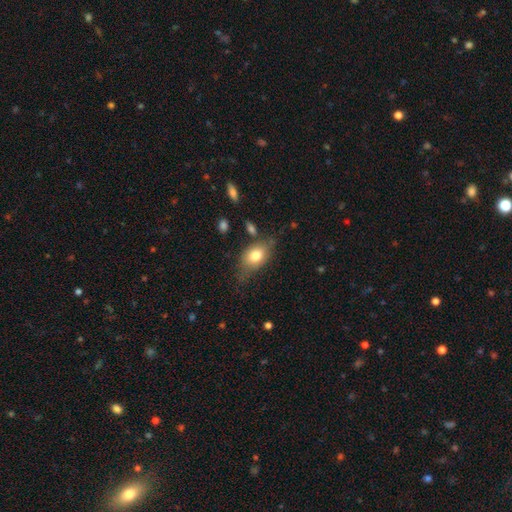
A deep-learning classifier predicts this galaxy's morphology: smooth_or_featured: smooth (p=0.77) [alt: featured or disk p=0.15]
how_rounded: in between (p=0.81) [alt: round p=0.17]
merging: none (p=0.58) [alt: minor disturbance p=0.27]